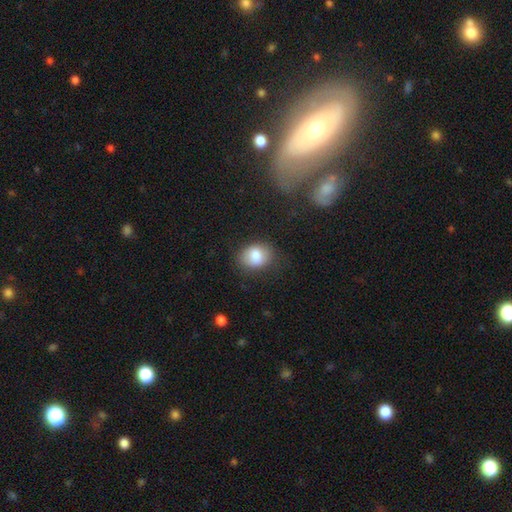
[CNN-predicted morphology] Smooth or featured?
  - smooth: 81% *
  - featured or disk: 11%
  - star or artifact: 8%
How rounded?
  - in between: 60% *
  - round: 38%
  - cigar-shaped: 1%
Merging?
  - none: 75% *
  - minor disturbance: 18%
  - major disturbance: 6%
  - merger: 2%